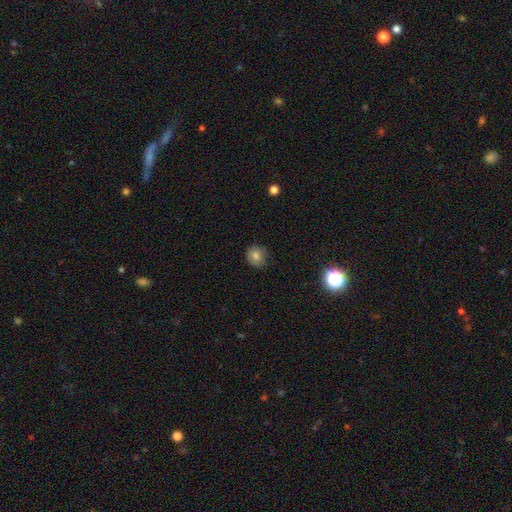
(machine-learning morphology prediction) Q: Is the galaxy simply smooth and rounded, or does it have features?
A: smooth — 78%.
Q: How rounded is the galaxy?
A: round — 83%.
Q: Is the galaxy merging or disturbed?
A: none — 79%.